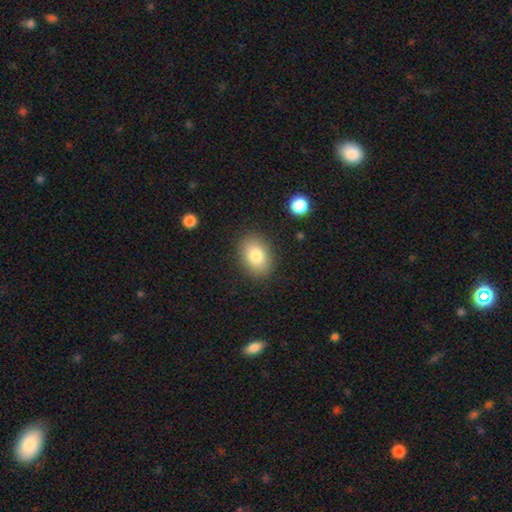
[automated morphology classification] A smooth galaxy with no disk features (82%) that is in between round and cigar-shaped (78%).

Vote fractions:
- Smooth or featured? smooth: 82% / featured or disk: 10% / star or artifact: 8%
- How rounded? in between: 78% / round: 21% / cigar-shaped: 1%
- Merging? none: 87% / minor disturbance: 9% / major disturbance: 3% / merger: 1%